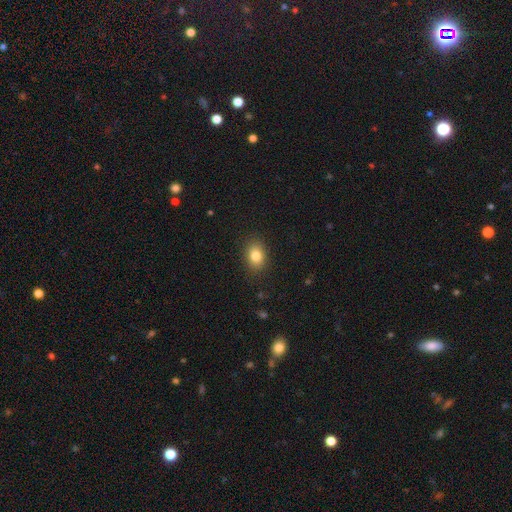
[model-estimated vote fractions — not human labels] The model was most divided on "how rounded": in between: 71%, round: 28%, cigar-shaped: 1%. More confident: merging — none (87%); smooth or featured — smooth (82%).